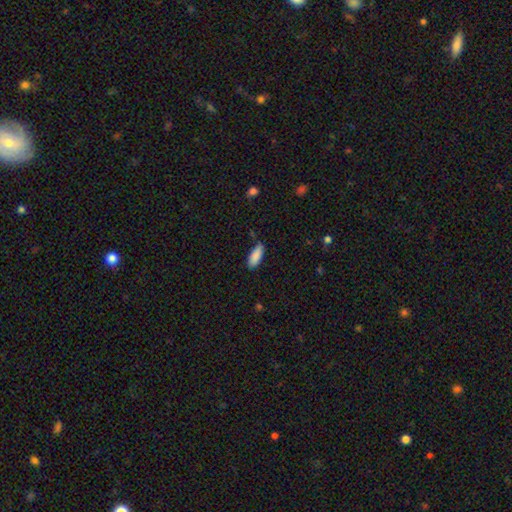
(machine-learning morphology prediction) smooth 89%, star or artifact 6%, featured or disk 5%. Down the decision tree: how rounded — in between (67%); merging — none (80%).